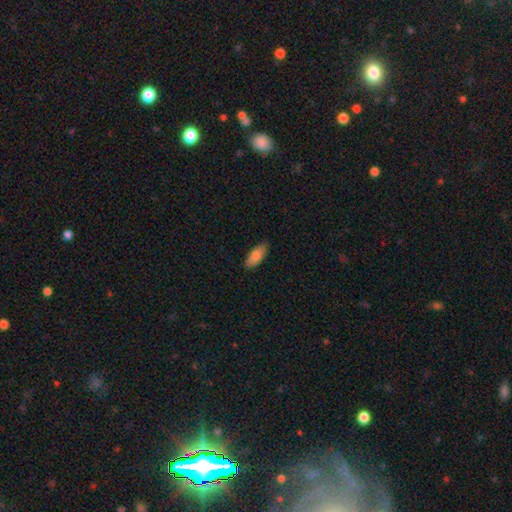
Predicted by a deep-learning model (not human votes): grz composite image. It shows a smooth galaxy with no disk features (82%) that is in between round and cigar-shaped (82%). Merging: none (82%).